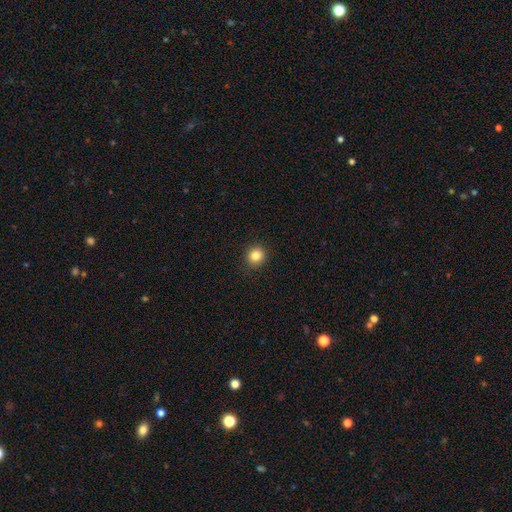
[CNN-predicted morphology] A smooth galaxy with no disk features (83%) that is round (88%).

Vote fractions:
- Smooth or featured? smooth: 83% / star or artifact: 11% / featured or disk: 6%
- How rounded? round: 88% / in between: 11% / cigar-shaped: 1%
- Merging? none: 91% / minor disturbance: 6% / major disturbance: 2% / merger: 1%